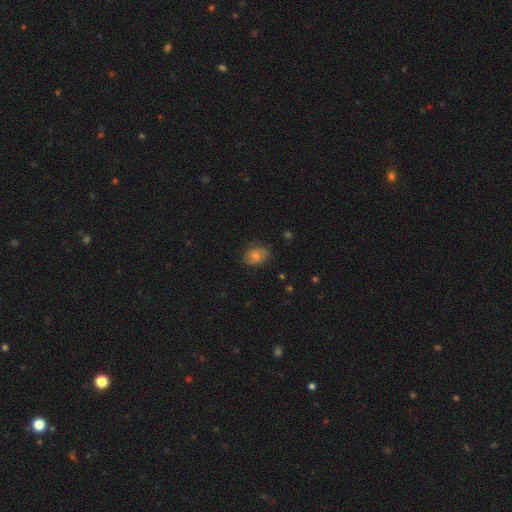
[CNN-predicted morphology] smooth 60%, featured or disk 29%, star or artifact 11%. Down the decision tree: how rounded — in between (52%); merging — none (71%).